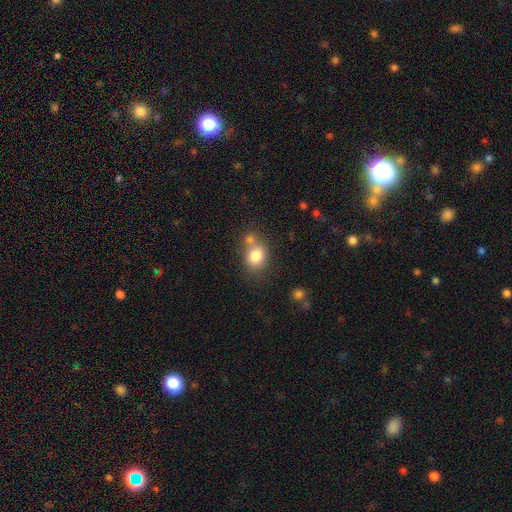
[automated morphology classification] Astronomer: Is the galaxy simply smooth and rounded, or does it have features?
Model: smooth — 81%.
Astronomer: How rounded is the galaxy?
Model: round — 53% (runner-up: in between, 46%).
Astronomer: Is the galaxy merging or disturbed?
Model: none — 50% (runner-up: merger, 30%).